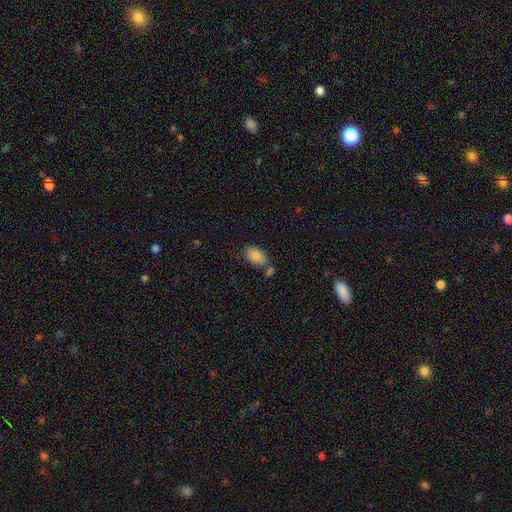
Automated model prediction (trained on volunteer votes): smooth-or-featured: smooth: 87% | star or artifact: 7% | featured or disk: 6%
  how-rounded: in between: 92% | round: 6% | cigar-shaped: 2%
  merging: none: 60% | merger: 20% | minor disturbance: 16% | major disturbance: 5%